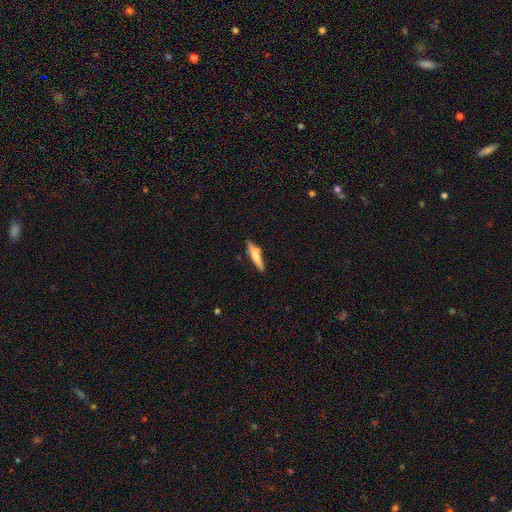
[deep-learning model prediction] A smooth galaxy with no disk features (58%) that is cigar-shaped (85%).

Vote fractions:
- Smooth or featured? smooth: 58% / featured or disk: 36% / star or artifact: 6%
- How rounded? cigar-shaped: 85% / in between: 14% / round: 2%
- Merging? none: 79% / minor disturbance: 15% / merger: 3% / major disturbance: 3%